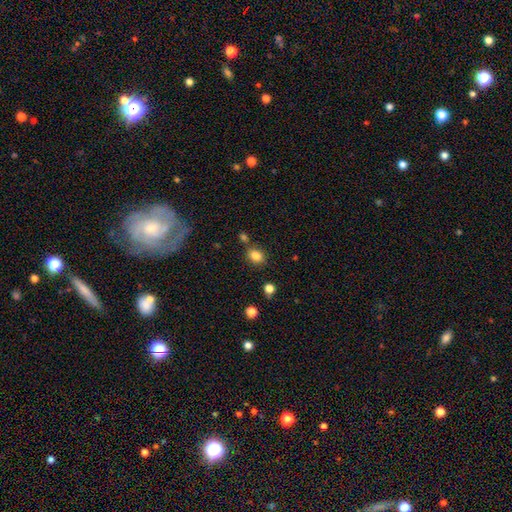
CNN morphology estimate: smooth_or_featured: smooth (p=0.83) [alt: star or artifact p=0.11]
how_rounded: in between (p=0.58) [alt: round p=0.41]
merging: none (p=0.71) [alt: minor disturbance p=0.13]